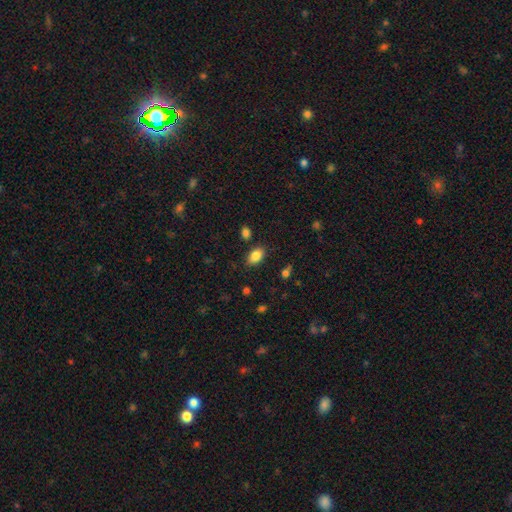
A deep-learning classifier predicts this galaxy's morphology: Smooth or featured? Predicted: smooth (p=0.86). How rounded? Predicted: in between (p=0.89). Merging? Predicted: none (p=0.83).